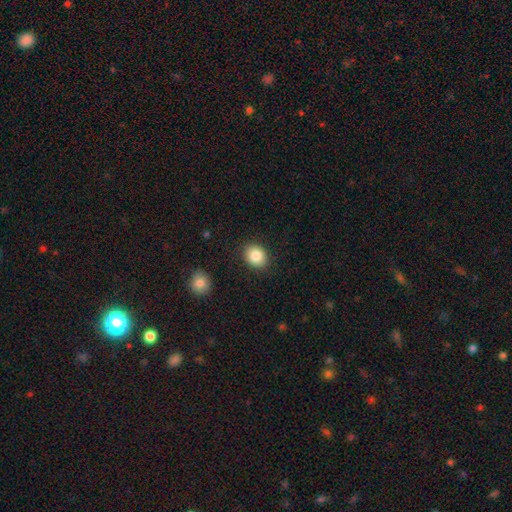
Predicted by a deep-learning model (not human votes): smooth 86%, star or artifact 8%, featured or disk 6%. Down the decision tree: how rounded — round (57%); merging — none (87%).